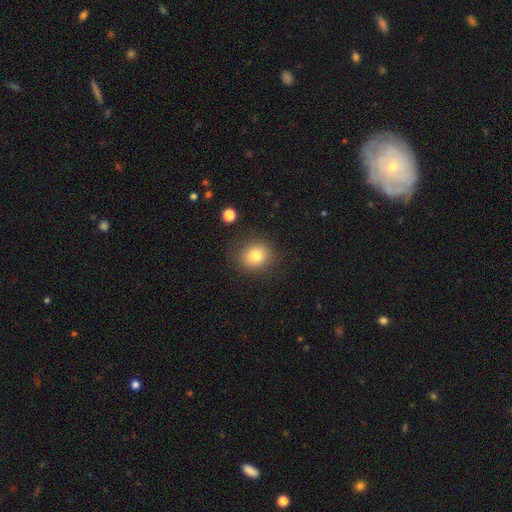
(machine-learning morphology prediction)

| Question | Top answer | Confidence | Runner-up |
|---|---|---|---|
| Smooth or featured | smooth | 79% | star or artifact (12%) |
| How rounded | round | 80% | in between (19%) |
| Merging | none | 85% | minor disturbance (9%) |